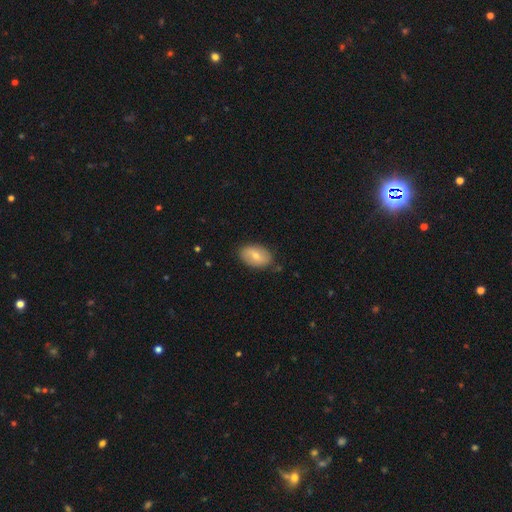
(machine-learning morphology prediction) Smooth or featured? smooth (66%)
How rounded? in between (90%)
Merging? none (83%)